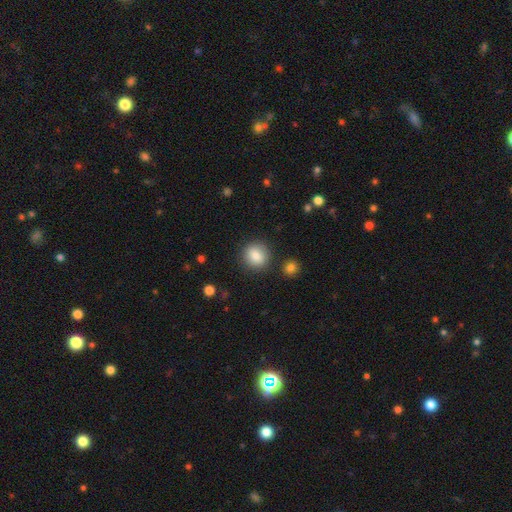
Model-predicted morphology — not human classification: Q: Smooth or featured?
A: smooth (84%); runner-up: star or artifact (9%)
Q: How rounded?
A: round (88%); runner-up: in between (11%)
Q: Merging?
A: none (86%); runner-up: minor disturbance (8%)